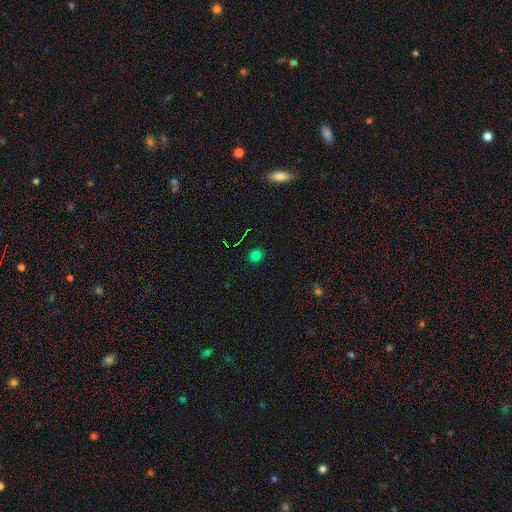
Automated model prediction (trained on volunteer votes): Smooth or featured? Predicted: smooth (p=0.75). How rounded? Predicted: round (p=0.91). Merging? Predicted: none (p=0.91).